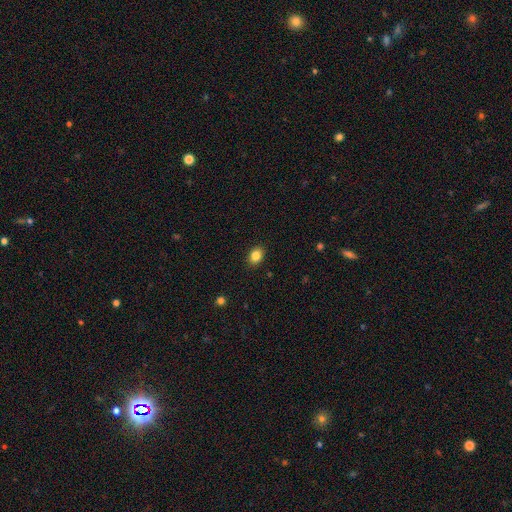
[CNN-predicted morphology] Smooth or featured? Predicted: smooth (p=0.85). How rounded? Predicted: in between (p=0.62). Merging? Predicted: none (p=0.89).